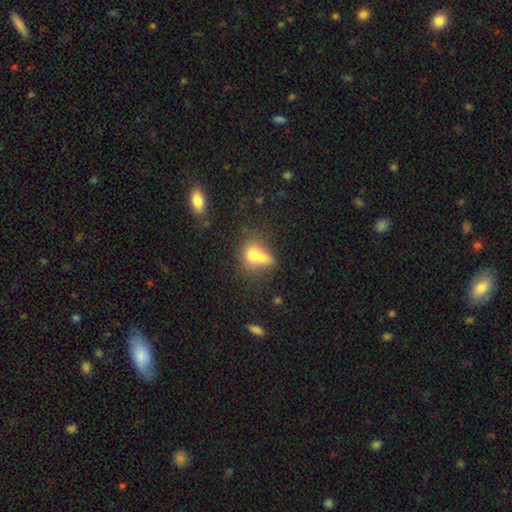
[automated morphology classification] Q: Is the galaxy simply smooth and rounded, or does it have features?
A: smooth — 68%.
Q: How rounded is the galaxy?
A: in between — 49%.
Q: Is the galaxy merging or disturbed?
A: merger — 64%.